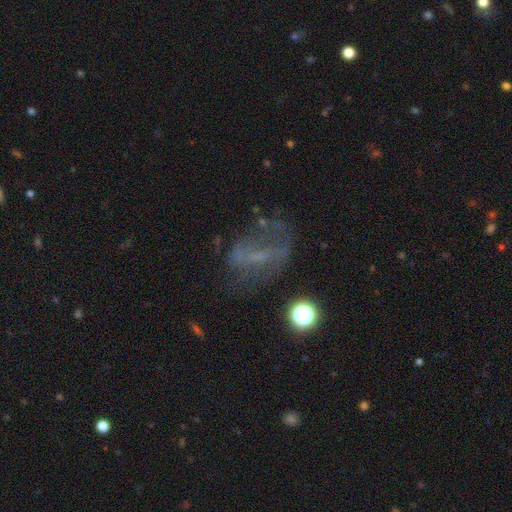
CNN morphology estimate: smooth-or-featured: featured or disk: 47% | star or artifact: 28% | smooth: 26%
  merging: none: 43% | major disturbance: 32% | minor disturbance: 20% | merger: 5%